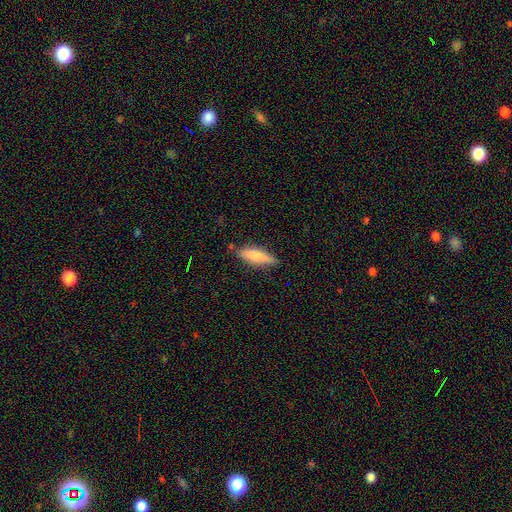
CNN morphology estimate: A smooth galaxy with no disk features (74%) that is cigar-shaped (57%). Merging: none (77%).